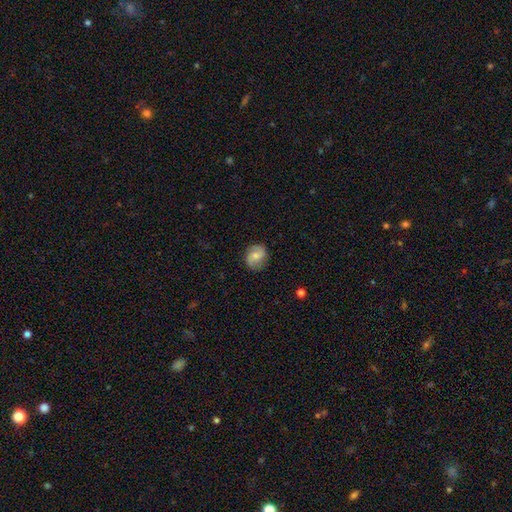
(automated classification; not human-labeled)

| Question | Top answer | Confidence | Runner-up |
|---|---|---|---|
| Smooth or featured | featured or disk | 47% | smooth (45%) |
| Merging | none | 81% | minor disturbance (14%) |